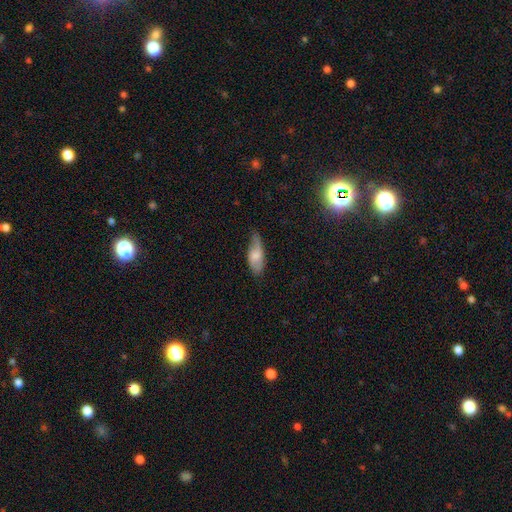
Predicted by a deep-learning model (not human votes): Q: Smooth or featured?
A: smooth (68%); runner-up: featured or disk (25%)
Q: How rounded?
A: in between (81%); runner-up: cigar-shaped (17%)
Q: Merging?
A: none (53%); runner-up: minor disturbance (36%)